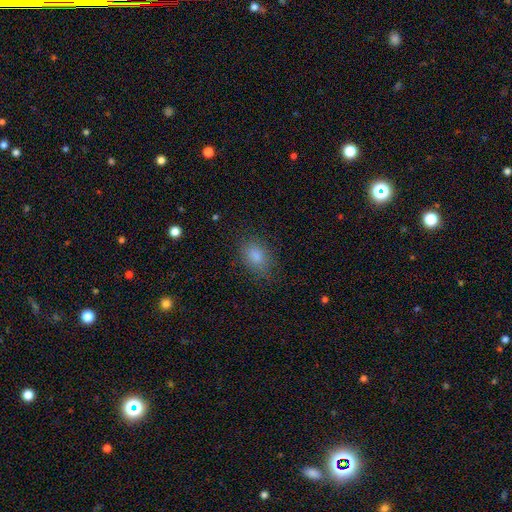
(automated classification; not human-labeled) Q: Smooth or featured?
A: smooth (82%); runner-up: star or artifact (12%)
Q: How rounded?
A: in between (72%); runner-up: round (26%)
Q: Merging?
A: none (83%); runner-up: minor disturbance (12%)